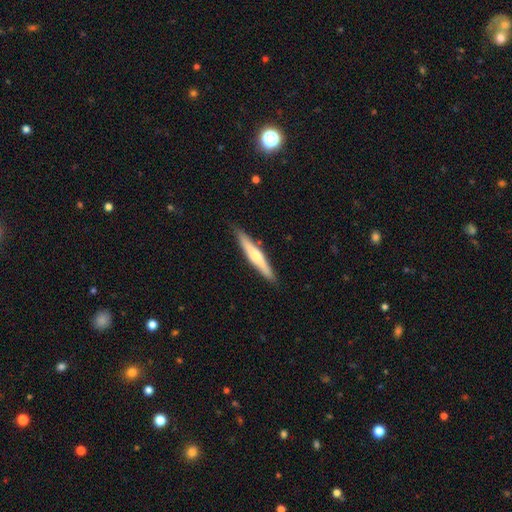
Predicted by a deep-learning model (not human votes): This appears to be a featured or disk galaxy (50%) viewed edge-on (95%). Merging: none (87%).